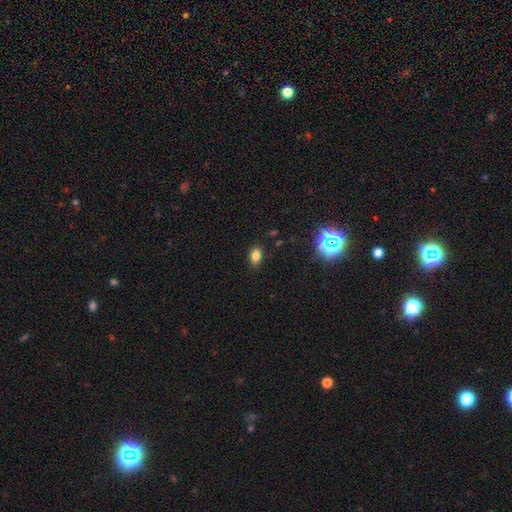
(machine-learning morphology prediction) This is likely a smooth galaxy (80%). How rounded: clearly in between (82%). Merging: clearly none (87%).